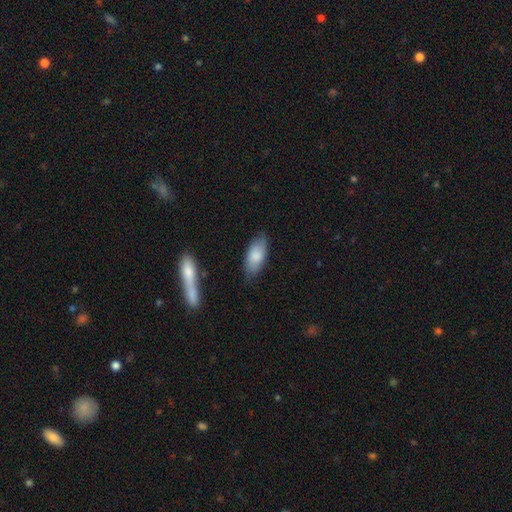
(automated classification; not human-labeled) smooth_or_featured: smooth (p=0.80) [alt: featured or disk p=0.14]
how_rounded: in between (p=0.87) [alt: cigar-shaped p=0.11]
merging: none (p=0.74) [alt: minor disturbance p=0.19]